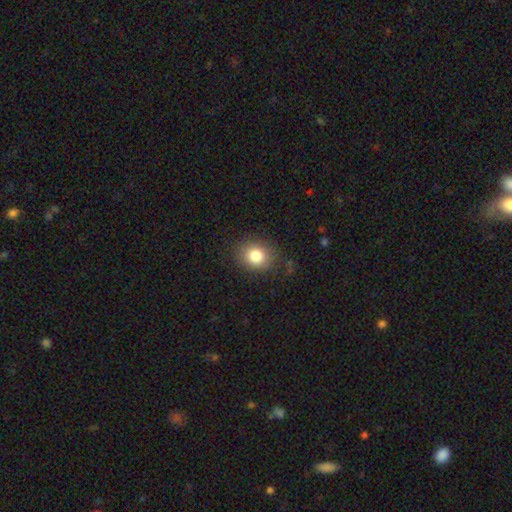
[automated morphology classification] smooth 81%, star or artifact 10%, featured or disk 8%. Down the decision tree: how rounded — round (63%); merging — none (84%).